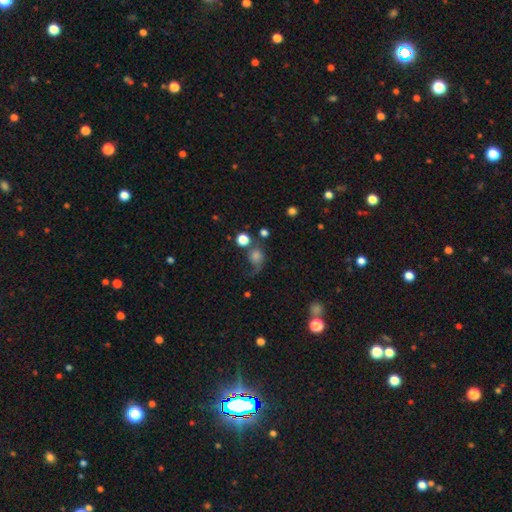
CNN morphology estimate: Overall: smooth (47%; featured or disk 32%). Merging: none (38%; major disturbance 33%).